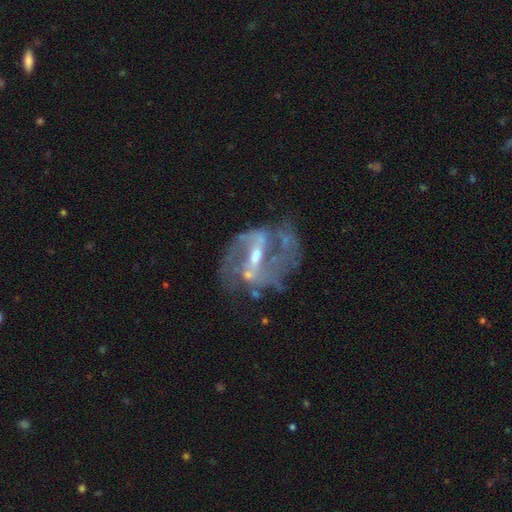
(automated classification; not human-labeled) Smooth or featured?
  - featured or disk: 86% *
  - star or artifact: 8%
  - smooth: 6%
Edge-on disk?
  - no: 96% *
  - yes: 4%
Bar?
  - strong: 47% *
  - weak: 40%
  - no: 13%
Spiral arms?
  - yes: 88% *
  - no: 12%
Spiral winding?
  - medium: 49% *
  - loose: 35%
  - tight: 16%
Spiral arm count?
  - 2: 78% *
  - can't tell: 10%
  - 3: 5%
  - 1: 3%
  - 4: 2%
  - more than 4: 2%
Bulge size?
  - moderate: 45% *
  - small: 44%
  - none: 6%
  - large: 3%
  - dominant: 1%
Merging?
  - none: 53% *
  - major disturbance: 20%
  - minor disturbance: 19%
  - merger: 7%